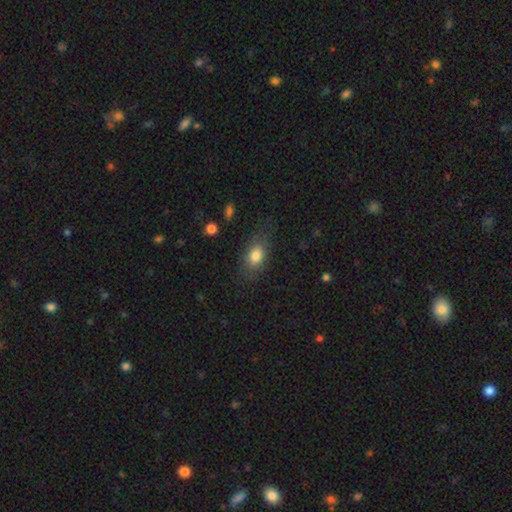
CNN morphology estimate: type=smooth (79%); roundness=in between (81%); merging=none (72%).